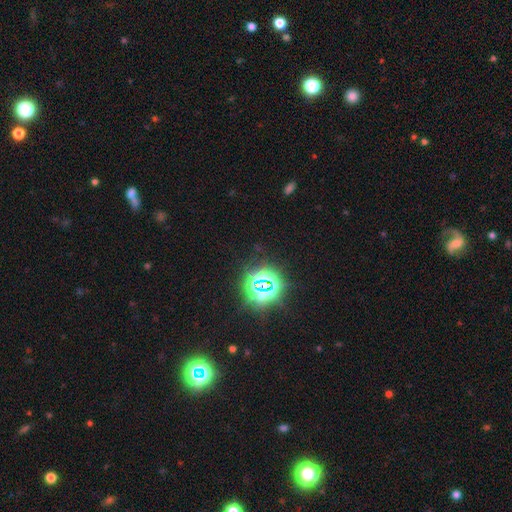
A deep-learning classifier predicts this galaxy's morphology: type=star or artifact (76%).